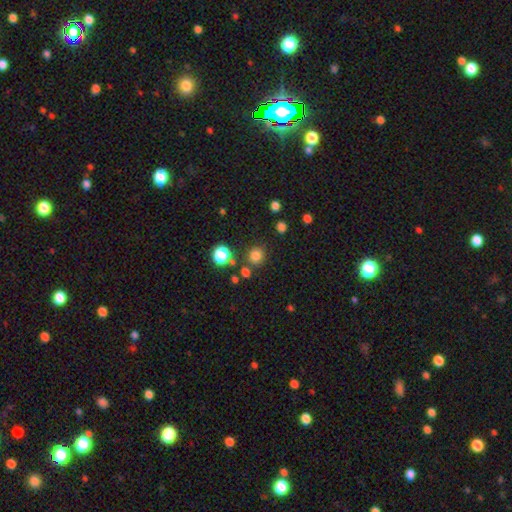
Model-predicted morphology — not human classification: This is likely a smooth galaxy (78%). How rounded: clearly round (87%). Merging: clearly none (80%).